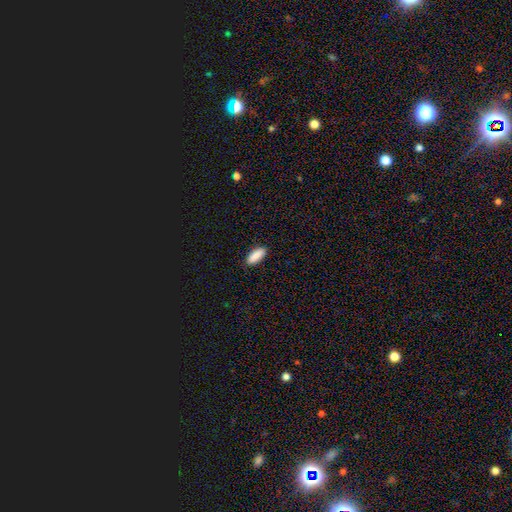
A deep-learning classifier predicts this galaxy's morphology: Overall: smooth (90%). How rounded: in between (73%). Merging: none (88%).